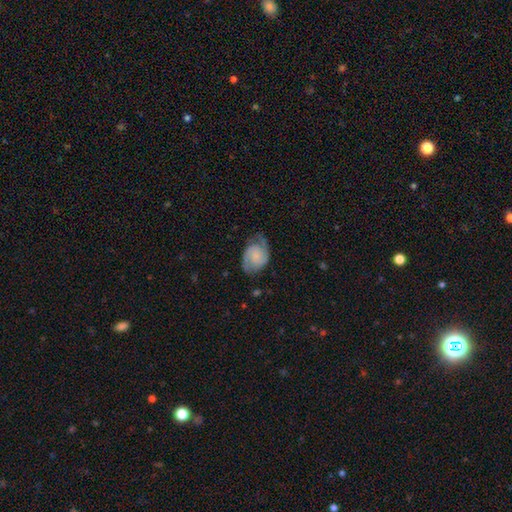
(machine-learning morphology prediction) featured or disk 65%, smooth 28%, star or artifact 7%. Down the decision tree: edge-on disk — no (97%); bar — no (69%); spiral arms — yes (92%); spiral arm count — 2 (86%); spiral winding — medium (48%); bulge size — small (40%); merging — none (61%).